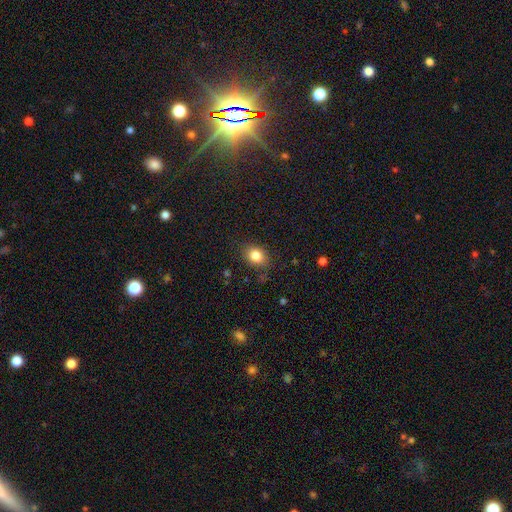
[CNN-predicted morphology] Overall: smooth (83%). How rounded: in between (59%; round 40%). Merging: none (80%).